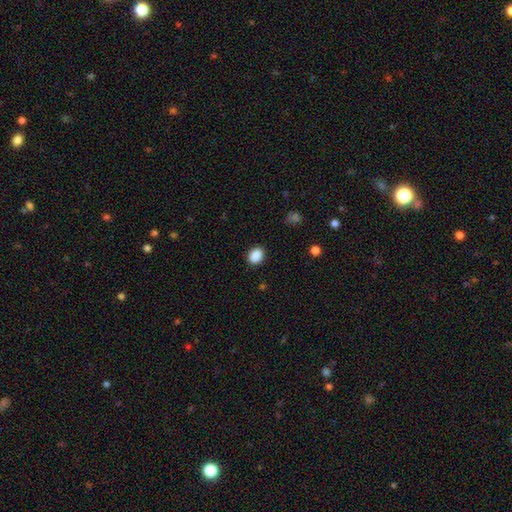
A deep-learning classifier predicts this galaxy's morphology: A smooth galaxy with no disk features (89%) that is in between round and cigar-shaped (55%).

Vote fractions:
- Smooth or featured? smooth: 89% / star or artifact: 8% / featured or disk: 2%
- How rounded? in between: 55% / round: 44% / cigar-shaped: 1%
- Merging? none: 89% / minor disturbance: 8% / major disturbance: 2% / merger: 1%